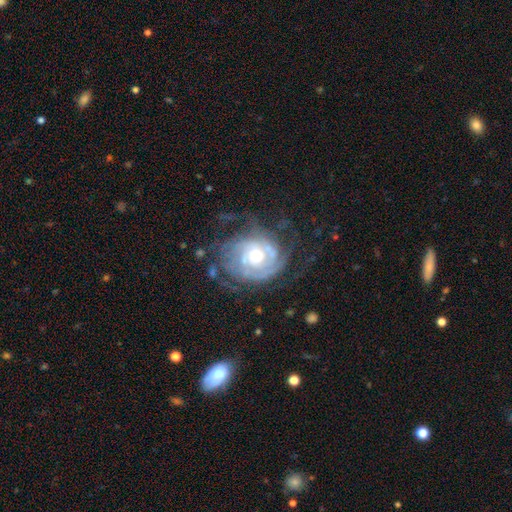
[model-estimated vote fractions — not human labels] Smooth or featured?
  - featured or disk: 84% *
  - smooth: 10%
  - star or artifact: 6%
Edge-on disk?
  - no: 97% *
  - yes: 3%
Bar?
  - no: 75% *
  - weak: 21%
  - strong: 4%
Spiral arms?
  - yes: 92% *
  - no: 8%
Spiral winding?
  - tight: 70% *
  - medium: 23%
  - loose: 7%
Spiral arm count?
  - can't tell: 41% *
  - 2: 22%
  - 3: 17%
  - 4: 8%
  - 1: 6%
  - more than 4: 6%
Bulge size?
  - moderate: 66% *
  - small: 18%
  - large: 13%
  - none: 1%
  - dominant: 1%
Merging?
  - none: 58% *
  - minor disturbance: 22%
  - major disturbance: 18%
  - merger: 2%